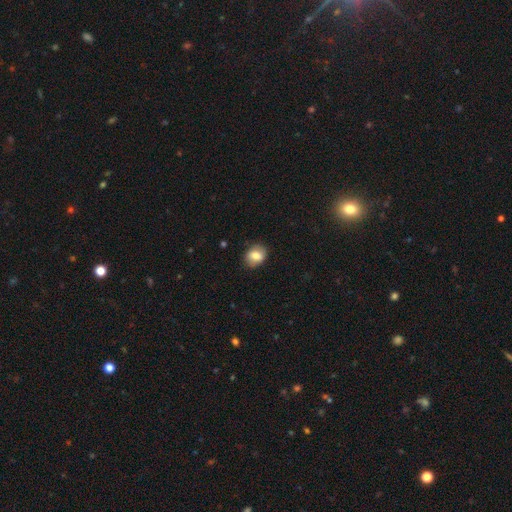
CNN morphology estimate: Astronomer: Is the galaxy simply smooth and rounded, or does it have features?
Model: smooth — 74%.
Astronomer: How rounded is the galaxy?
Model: round — 53% (runner-up: in between, 46%).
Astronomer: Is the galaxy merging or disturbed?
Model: none — 81%.